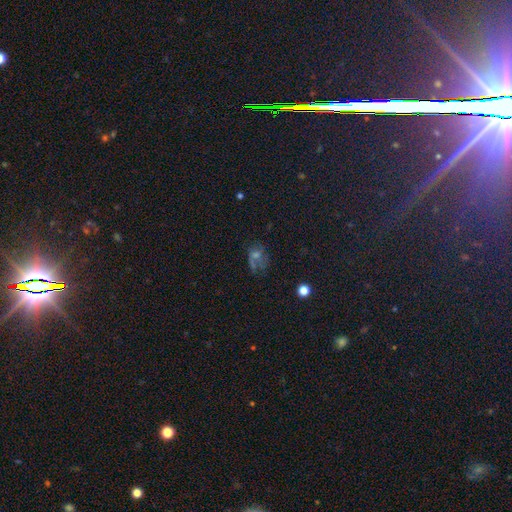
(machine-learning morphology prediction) Q: Smooth or featured?
A: smooth (37%); tied with: star or artifact (37%)
Q: Merging?
A: none (43%); runner-up: major disturbance (26%)